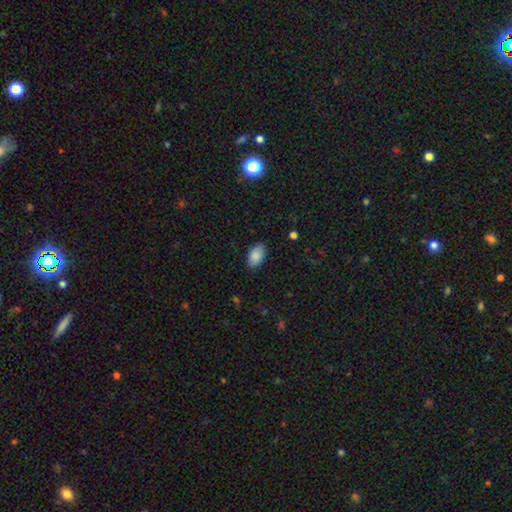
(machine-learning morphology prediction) This appears to be a smooth galaxy with no disk features (88%) that is in between round and cigar-shaped (94%). Merging: none (86%).